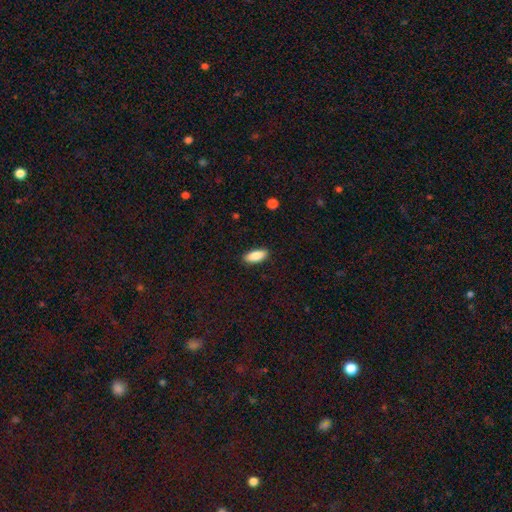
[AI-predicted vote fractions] Smooth or featured? Predicted: smooth (p=0.87). How rounded? Predicted: in between (p=0.83). Merging? Predicted: none (p=0.89).